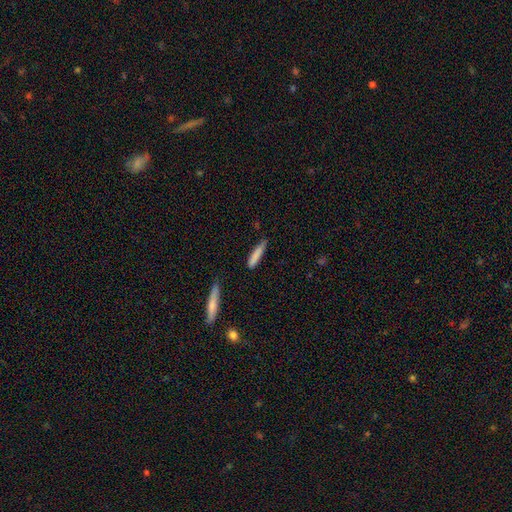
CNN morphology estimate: smooth 82%, featured or disk 12%, star or artifact 6%. Down the decision tree: how rounded — cigar-shaped (88%); merging — none (71%).